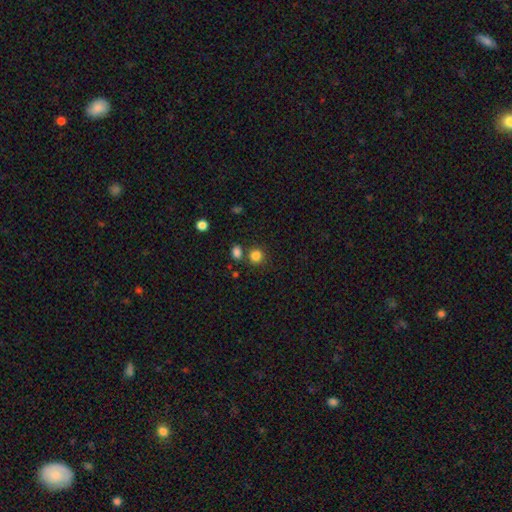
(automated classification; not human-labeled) Smooth or featured?
  - smooth: 83% *
  - star or artifact: 13%
  - featured or disk: 4%
How rounded?
  - round: 87% *
  - in between: 12%
  - cigar-shaped: 1%
Merging?
  - none: 73% *
  - merger: 15%
  - minor disturbance: 9%
  - major disturbance: 3%